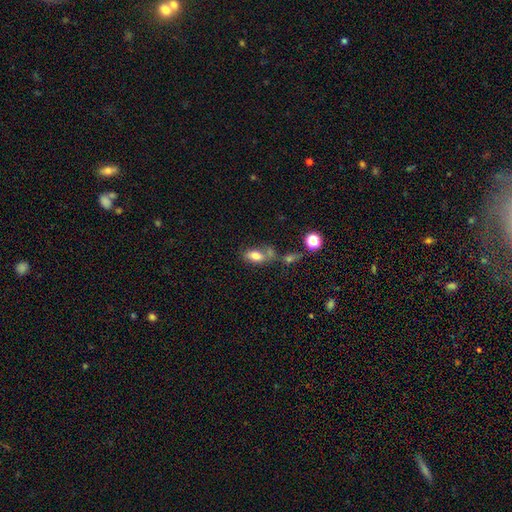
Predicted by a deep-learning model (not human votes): Smooth or featured? Predicted: smooth (p=0.77). How rounded? Predicted: in between (p=0.87). Merging? Predicted: none (p=0.45).